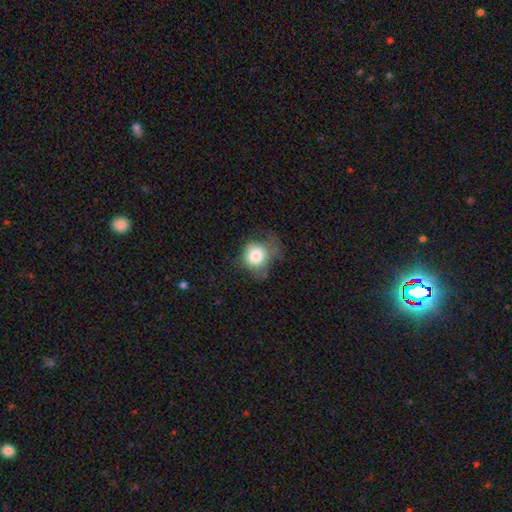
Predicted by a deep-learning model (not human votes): Morphology: type=smooth (77%); roundness=round (71%); merging=none (36%).